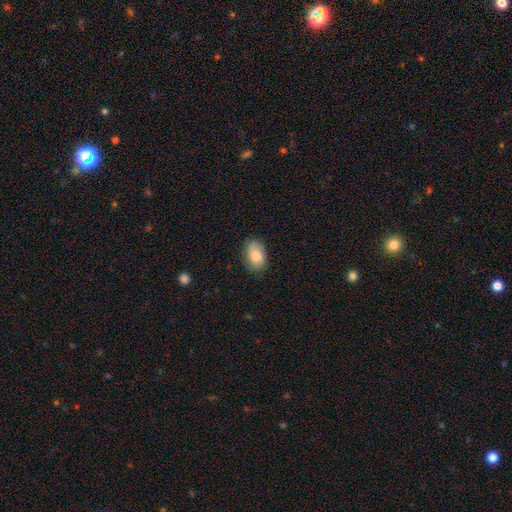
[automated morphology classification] smooth 83%, featured or disk 10%, star or artifact 7%. Down the decision tree: how rounded — in between (89%); merging — none (81%).